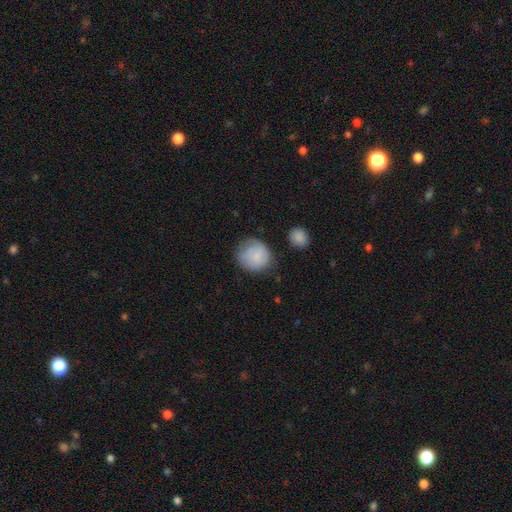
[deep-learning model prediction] Smooth or featured: smooth — 80% (featured or disk — 13%)
How rounded: round — 84% (in between — 15%)
Merging: none — 65% (minor disturbance — 23%)